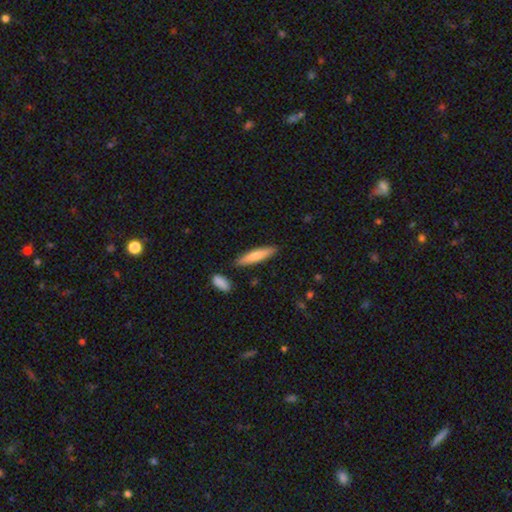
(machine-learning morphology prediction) Smooth or featured? smooth (73%)
How rounded? cigar-shaped (82%)
Merging? none (86%)